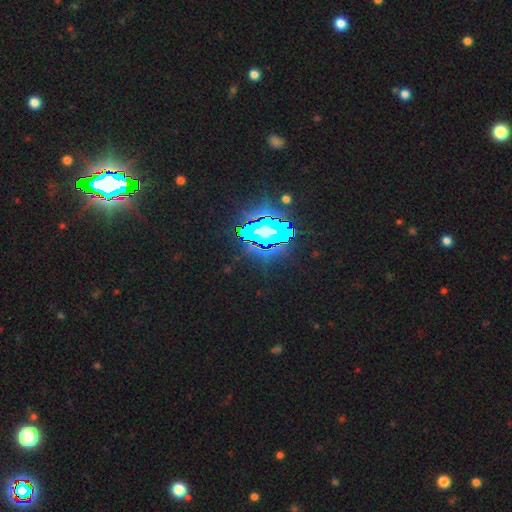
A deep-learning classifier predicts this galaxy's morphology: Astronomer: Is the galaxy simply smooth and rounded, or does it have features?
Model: star or artifact — 85%.